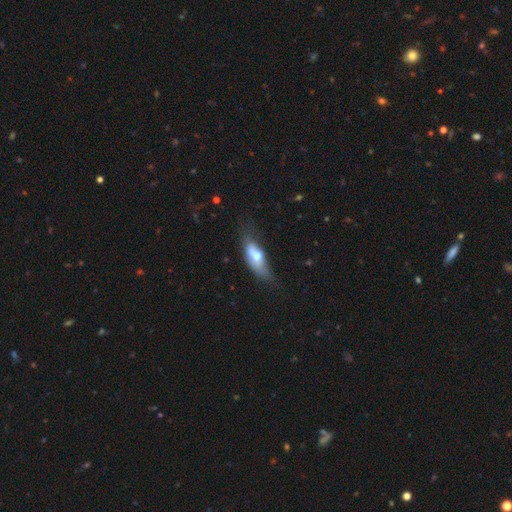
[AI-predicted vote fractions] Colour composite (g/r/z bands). It shows a smooth galaxy with no disk features (62%) that is in between round and cigar-shaped (74%). Merging: none (38%).